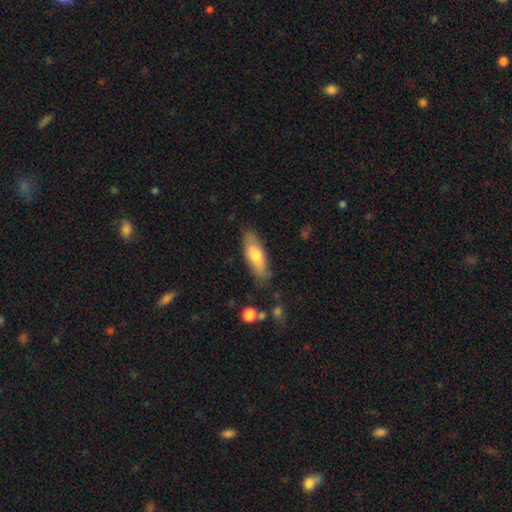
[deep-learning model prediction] The model was most divided on "how rounded": in between: 57%, cigar-shaped: 41%, round: 2%. More confident: merging — none (80%); smooth or featured — smooth (67%).